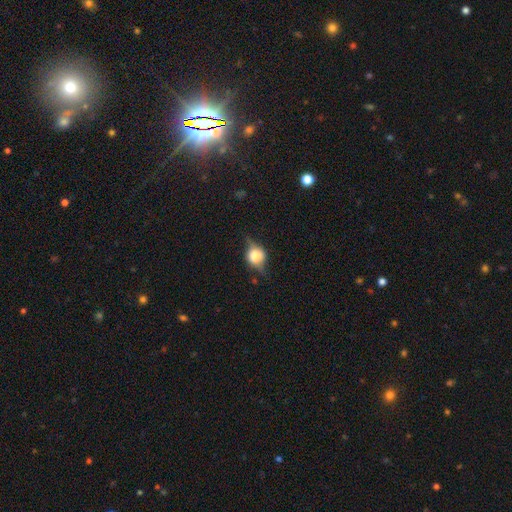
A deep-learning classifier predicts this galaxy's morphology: smooth-or-featured: featured or disk: 51% | smooth: 39% | star or artifact: 10%
  disk-edge-on: yes: 86% | no: 14%
  merging: none: 67% | minor disturbance: 23% | major disturbance: 8% | merger: 2%